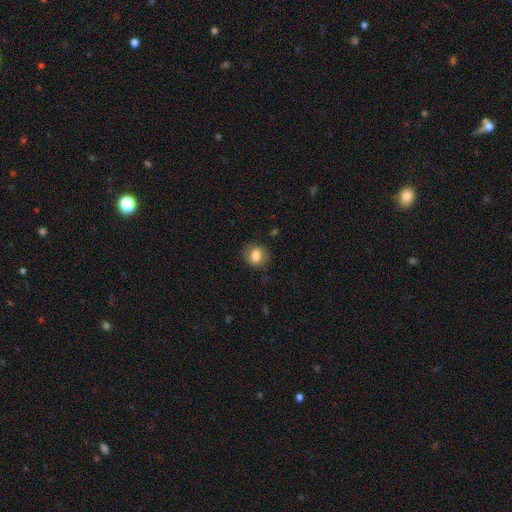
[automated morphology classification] Smooth or featured: smooth — 78% (featured or disk — 13%)
How rounded: round — 59% (in between — 40%)
Merging: none — 80% (minor disturbance — 14%)